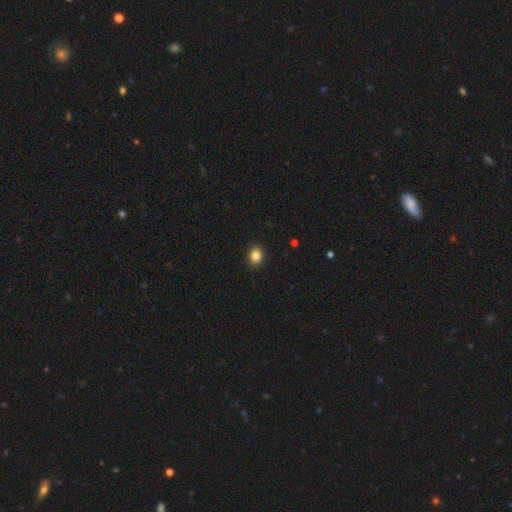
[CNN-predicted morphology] This appears to be a smooth galaxy with no disk features (85%) that is round (54%). Merging: none (92%).